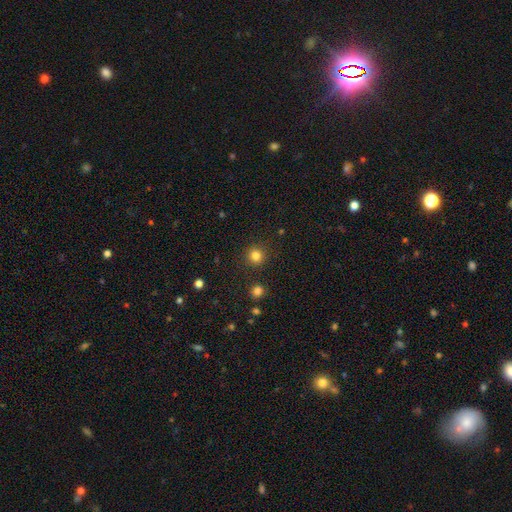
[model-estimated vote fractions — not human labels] A smooth galaxy with no disk features (82%) that is round (93%).

Vote fractions:
- Smooth or featured? smooth: 82% / star or artifact: 13% / featured or disk: 5%
- How rounded? round: 93% / in between: 6% / cigar-shaped: 1%
- Merging? none: 90% / minor disturbance: 6% / major disturbance: 2% / merger: 2%